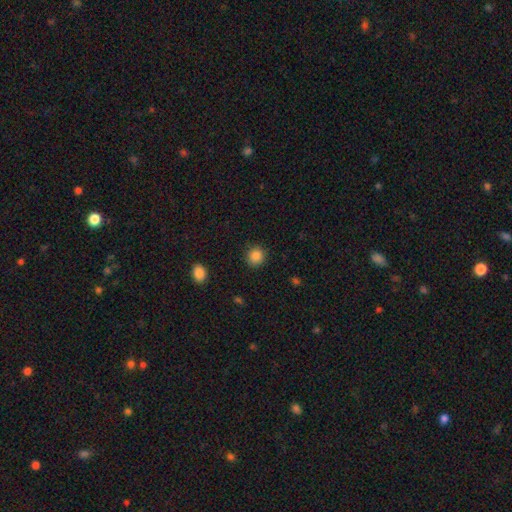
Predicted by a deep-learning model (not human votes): A smooth galaxy with no disk features (86%) that is round (88%).

Vote fractions:
- Smooth or featured? smooth: 86% / star or artifact: 11% / featured or disk: 4%
- How rounded? round: 88% / in between: 11% / cigar-shaped: 1%
- Merging? none: 90% / minor disturbance: 7% / major disturbance: 2% / merger: 1%